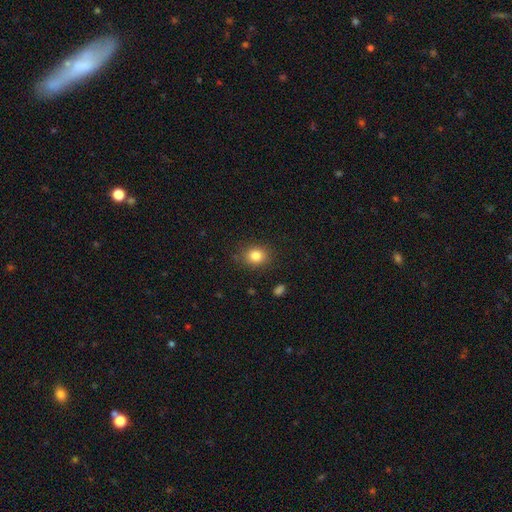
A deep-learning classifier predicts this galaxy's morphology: This appears to be a smooth galaxy with no disk features (83%) that is round (64%). Merging: none (85%).